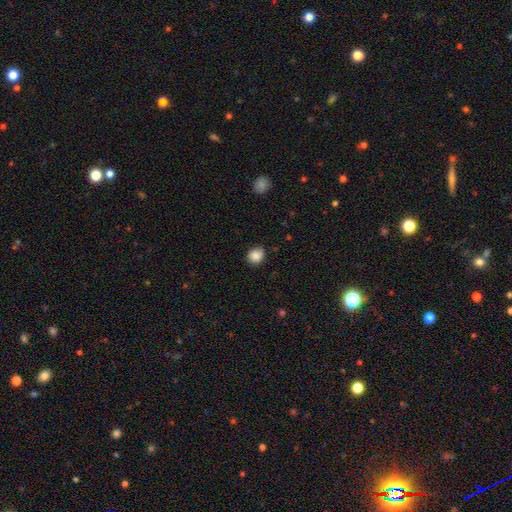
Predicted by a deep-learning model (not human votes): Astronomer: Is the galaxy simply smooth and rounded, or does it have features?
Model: smooth — 87%.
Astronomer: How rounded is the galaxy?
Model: round — 76%.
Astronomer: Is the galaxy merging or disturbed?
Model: none — 84%.